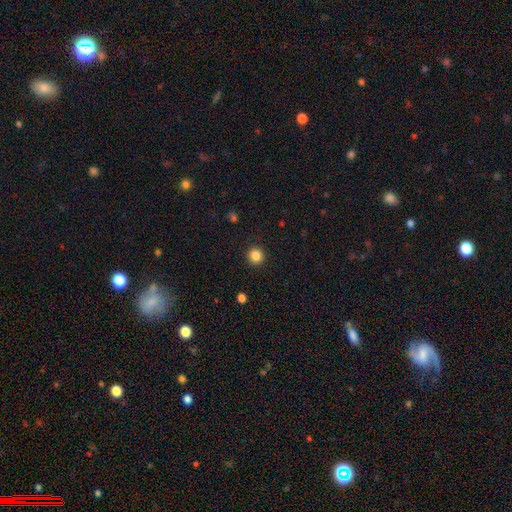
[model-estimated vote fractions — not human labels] Morphology: type=smooth (86%); roundness=round (94%); merging=none (92%).